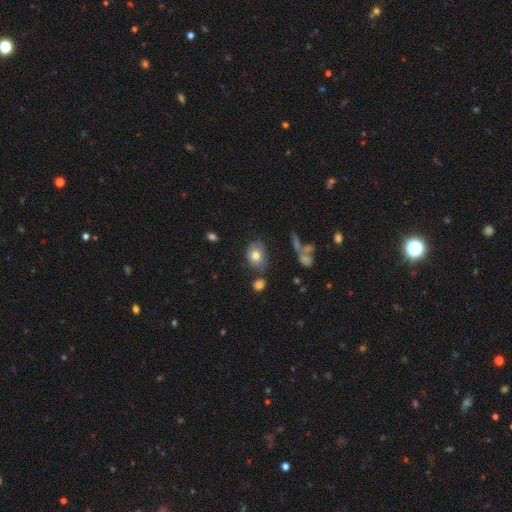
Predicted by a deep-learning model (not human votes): Smooth or featured? Predicted: smooth (p=0.77). How rounded? Predicted: in between (p=0.64). Merging? Predicted: none (p=0.66).